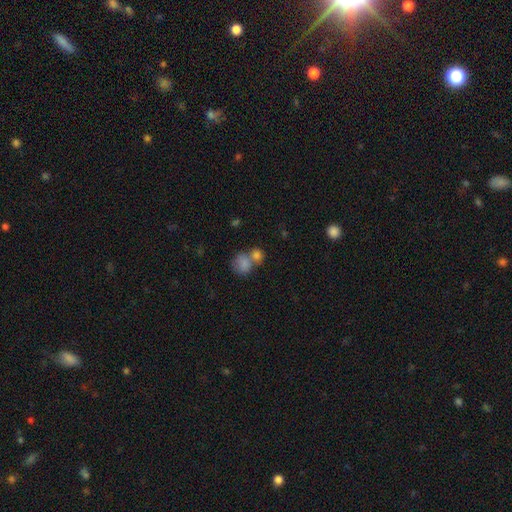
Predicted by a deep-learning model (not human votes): smooth 81%, star or artifact 10%, featured or disk 9%. Down the decision tree: how rounded — round (72%); merging — merger (53%).